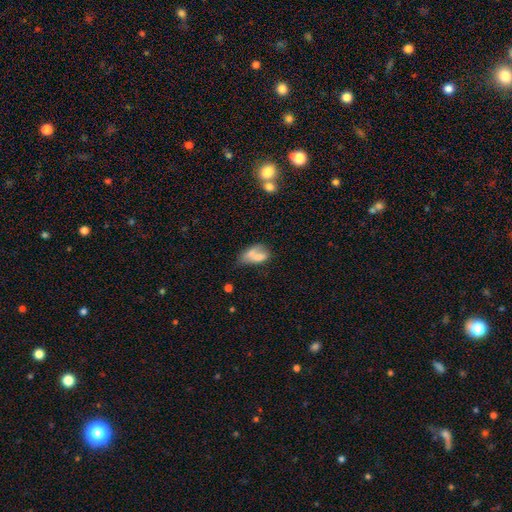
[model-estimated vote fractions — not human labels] Smooth or featured? smooth (65%)
How rounded? in between (84%)
Merging? merger (51%)